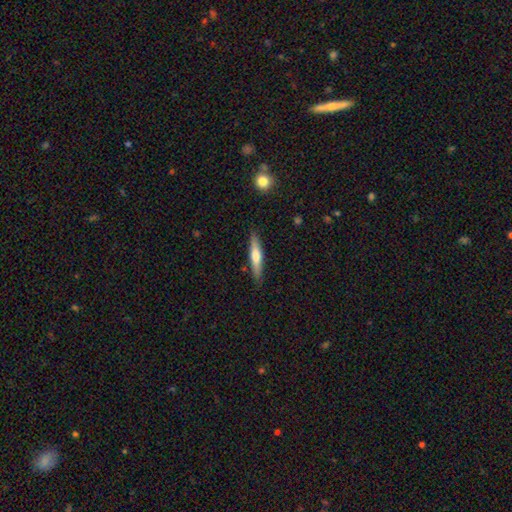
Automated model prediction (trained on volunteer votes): Q: Smooth or featured?
A: smooth (58%); runner-up: featured or disk (37%)
Q: How rounded?
A: cigar-shaped (88%); runner-up: in between (11%)
Q: Merging?
A: none (87%); runner-up: minor disturbance (10%)